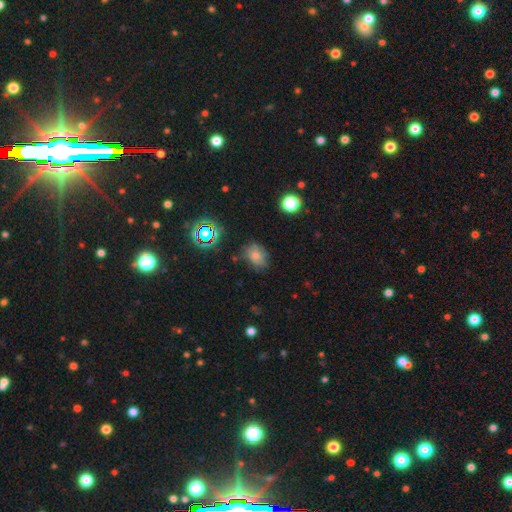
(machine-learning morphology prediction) Smooth or featured?
  - smooth: 68% *
  - star or artifact: 18%
  - featured or disk: 14%
How rounded?
  - in between: 61% *
  - round: 37%
  - cigar-shaped: 1%
Merging?
  - none: 67% *
  - minor disturbance: 23%
  - major disturbance: 7%
  - merger: 3%